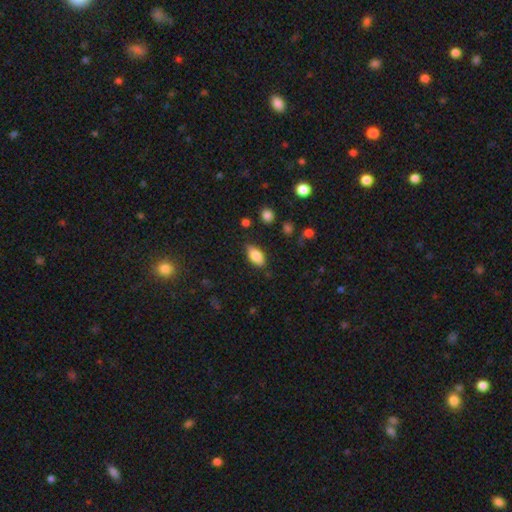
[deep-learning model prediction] Overall: smooth (79%). How rounded: in between (89%). Merging: none (81%).